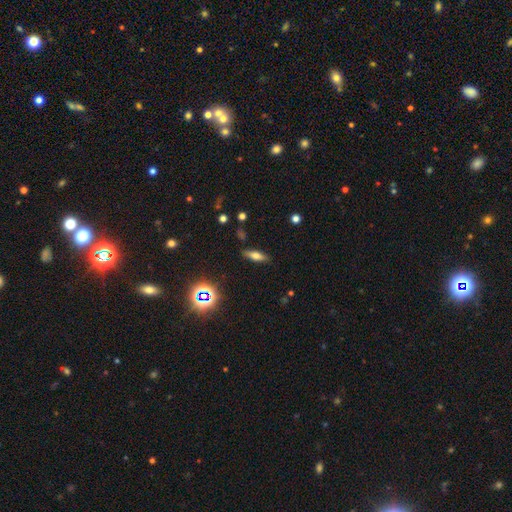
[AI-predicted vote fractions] Morphology: type=smooth (56%); roundness=cigar-shaped (50%); merging=none (85%).